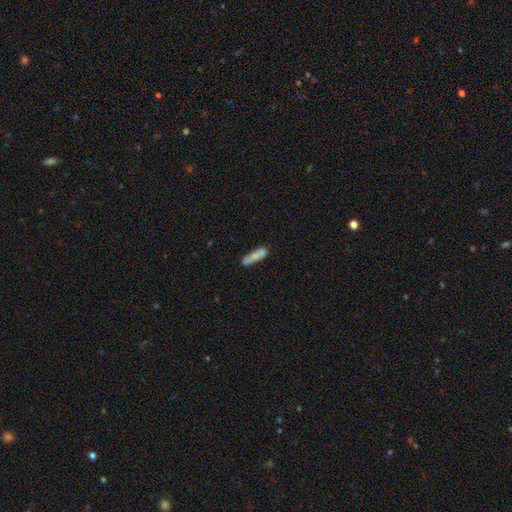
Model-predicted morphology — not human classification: smooth-or-featured: smooth: 67% | featured or disk: 27% | star or artifact: 7%
  how-rounded: cigar-shaped: 62% | in between: 36% | round: 3%
  merging: none: 60% | minor disturbance: 18% | merger: 17% | major disturbance: 5%